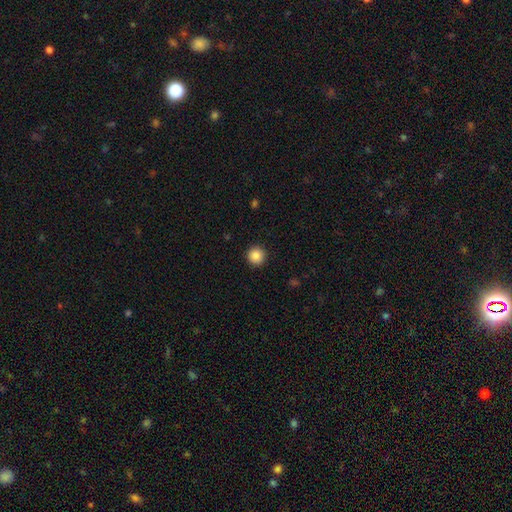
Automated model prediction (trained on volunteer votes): A smooth galaxy with no disk features (87%) that is round (96%). Merging: none (93%).